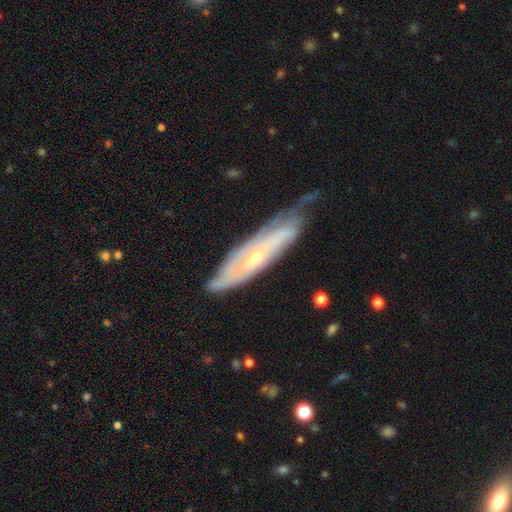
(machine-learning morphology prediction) This appears to be a featured or disk galaxy (72%). Merging: none (52%).